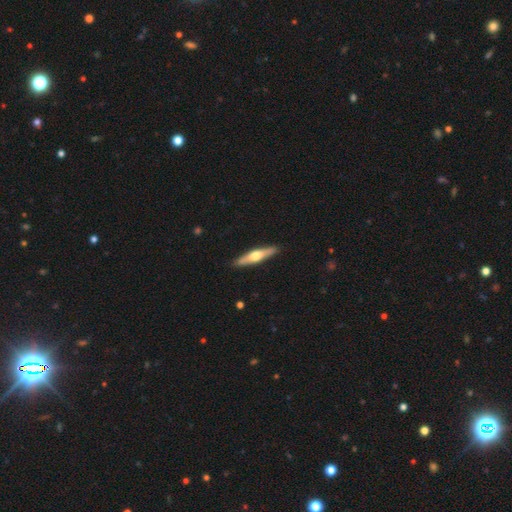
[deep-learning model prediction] smooth_or_featured: featured or disk (p=0.58) [alt: smooth p=0.37]
disk_edge_on: yes (p=0.95) [alt: no p=0.05]
edge_on_bulge: rounded (p=0.92) [alt: boxy p=0.04]
merging: none (p=0.91) [alt: minor disturbance p=0.07]